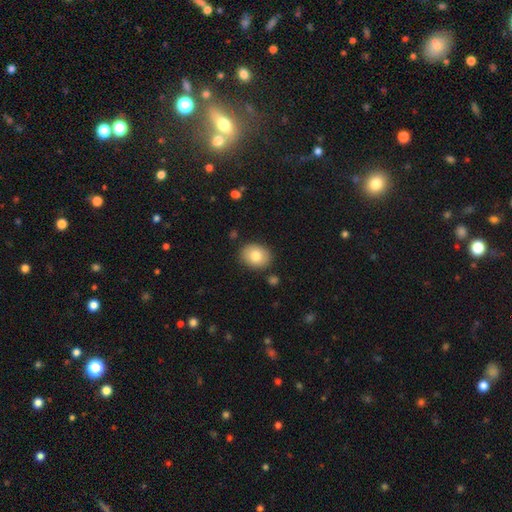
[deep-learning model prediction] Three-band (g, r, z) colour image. It shows a smooth galaxy with no disk features (80%) that is in between round and cigar-shaped (54%). Merging: none (86%).